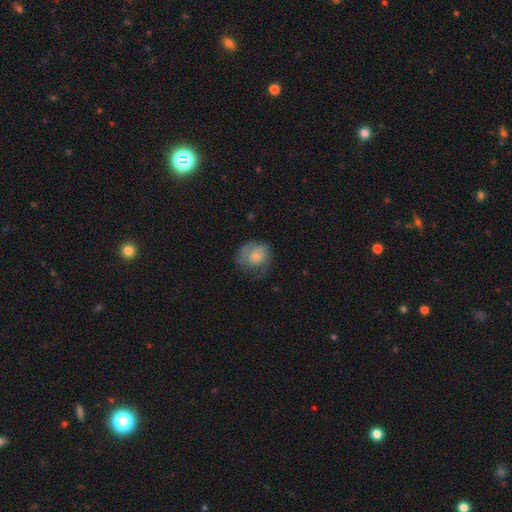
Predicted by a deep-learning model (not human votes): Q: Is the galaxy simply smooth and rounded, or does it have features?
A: smooth — 64%.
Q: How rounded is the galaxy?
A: round — 69%.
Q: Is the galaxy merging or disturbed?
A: none — 48%.